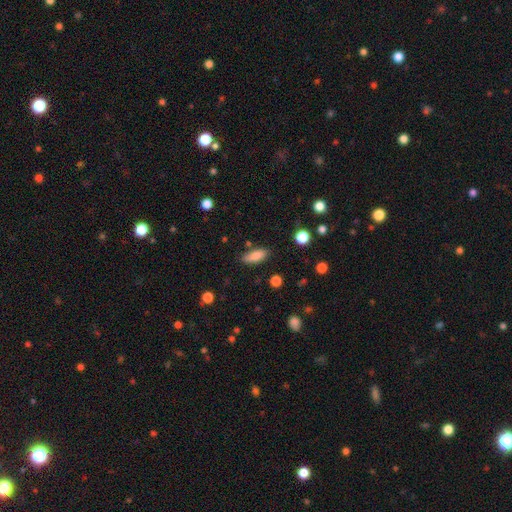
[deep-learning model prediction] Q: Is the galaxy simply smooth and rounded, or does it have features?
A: smooth — 83%.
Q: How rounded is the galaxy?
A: in between — 73%.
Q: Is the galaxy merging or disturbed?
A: none — 79%.